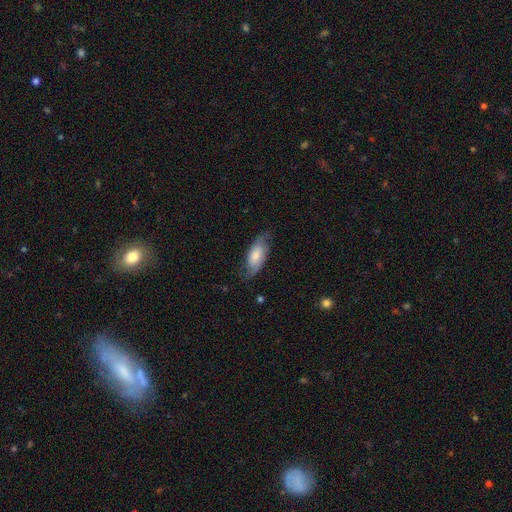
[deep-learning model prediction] smooth-or-featured: smooth: 64% | featured or disk: 30% | star or artifact: 6%
  how-rounded: in between: 81% | cigar-shaped: 16% | round: 2%
  merging: none: 66% | minor disturbance: 26% | major disturbance: 7% | merger: 1%